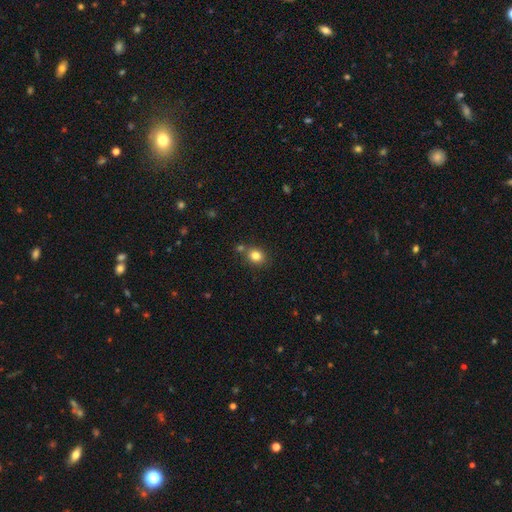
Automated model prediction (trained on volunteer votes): A smooth galaxy with no disk features (82%) that is round (62%). Merging: none (73%).